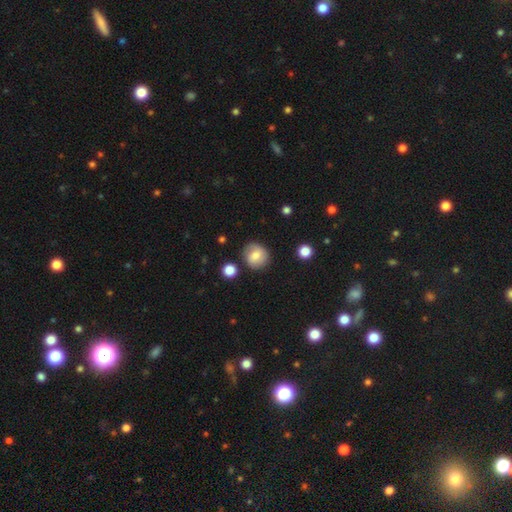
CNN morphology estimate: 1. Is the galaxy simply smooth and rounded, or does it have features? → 75% smooth, 17% featured or disk, 9% star or artifact.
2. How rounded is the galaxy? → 85% round, 14% in between, 1% cigar-shaped.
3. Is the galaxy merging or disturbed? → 79% none, 14% minor disturbance, 4% major disturbance, 3% merger.